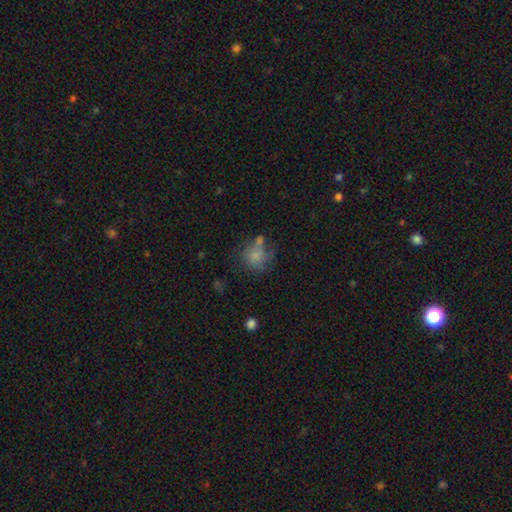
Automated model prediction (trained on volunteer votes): Overall: smooth (73%). How rounded: round (73%). Merging: none (42%; minor disturbance 21%).